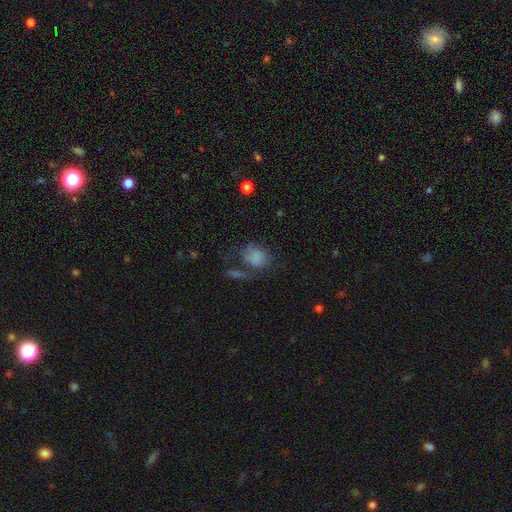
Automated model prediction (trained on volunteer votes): Q: Smooth or featured?
A: smooth (75%); runner-up: star or artifact (12%)
Q: How rounded?
A: in between (55%); runner-up: round (43%)
Q: Merging?
A: none (40%); runner-up: major disturbance (23%)